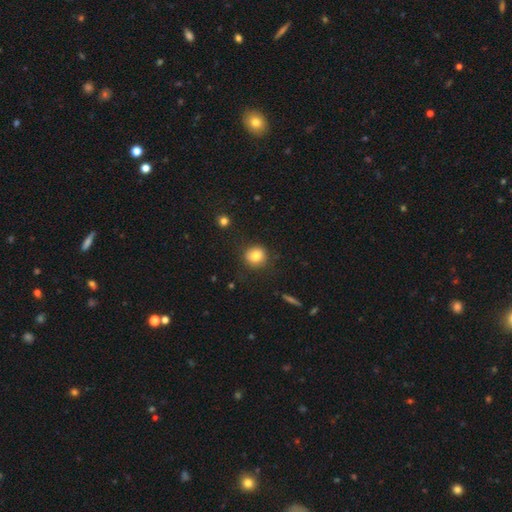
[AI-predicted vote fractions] This is clearly a smooth galaxy (81%). How rounded: clearly round (86%). Merging: clearly none (84%).